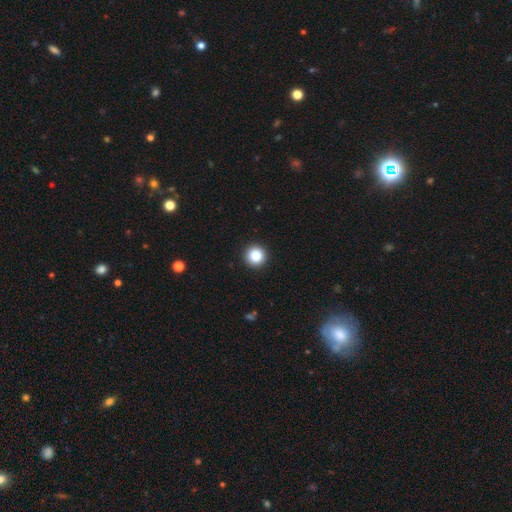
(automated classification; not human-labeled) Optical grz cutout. It shows a smooth galaxy with no disk features (85%) that is round (96%). Merging: none (93%).